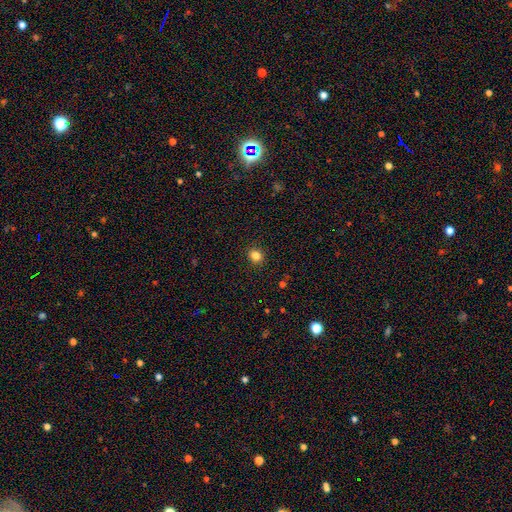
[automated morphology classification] type=smooth (83%); roundness=round (80%); merging=none (91%).